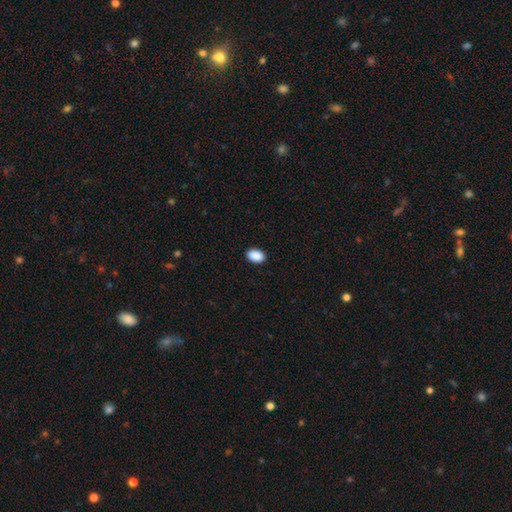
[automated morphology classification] Smooth or featured? smooth (91%)
How rounded? in between (88%)
Merging? none (90%)